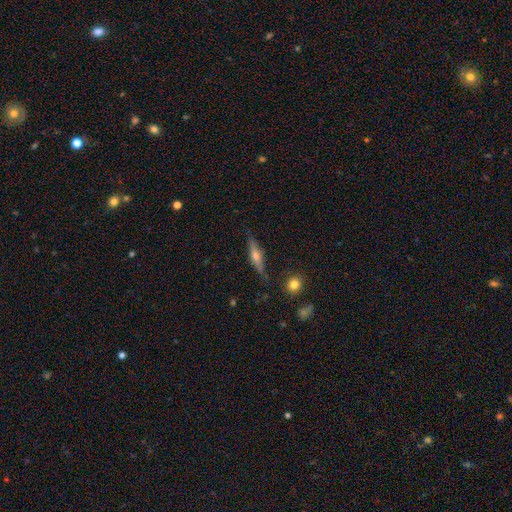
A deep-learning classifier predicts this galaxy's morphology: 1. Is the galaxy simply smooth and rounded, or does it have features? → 64% featured or disk, 28% smooth, 8% star or artifact.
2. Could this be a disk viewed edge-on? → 95% yes, 5% no.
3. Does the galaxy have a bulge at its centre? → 85% rounded, 9% boxy, 6% none.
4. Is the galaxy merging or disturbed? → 84% none, 12% minor disturbance, 3% major disturbance, 2% merger.